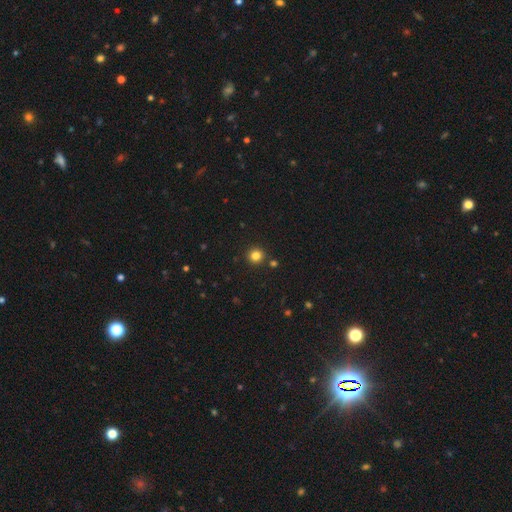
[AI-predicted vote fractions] smooth 82%, star or artifact 14%, featured or disk 4%. Down the decision tree: how rounded — round (94%); merging — none (89%).